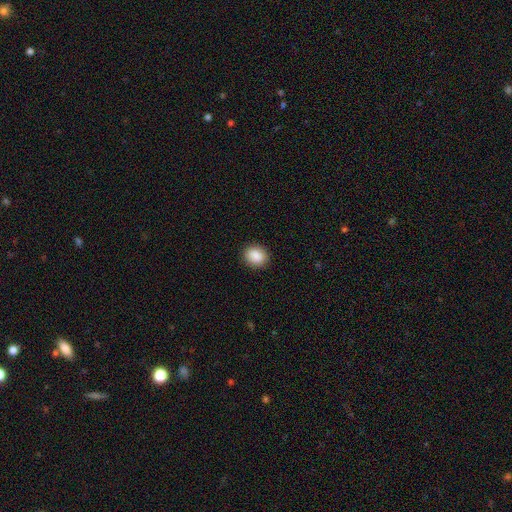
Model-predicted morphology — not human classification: Smooth or featured: smooth — 89% (star or artifact — 8%)
How rounded: round — 66% (in between — 33%)
Merging: none — 90% (minor disturbance — 7%)